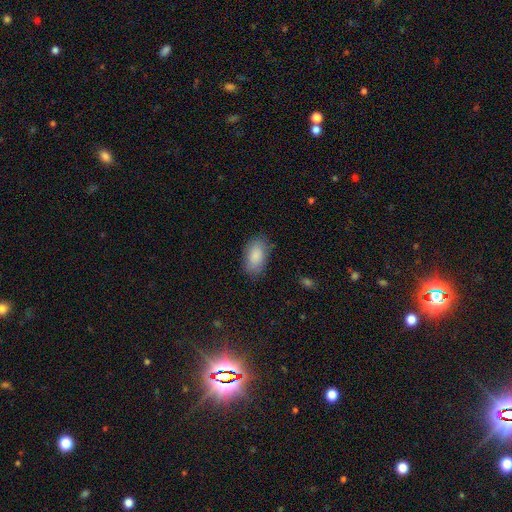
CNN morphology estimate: A smooth galaxy with no disk features (87%) that is in between round and cigar-shaped (93%).

Vote fractions:
- Smooth or featured? smooth: 87% / featured or disk: 7% / star or artifact: 6%
- How rounded? in between: 93% / round: 5% / cigar-shaped: 2%
- Merging? none: 80% / minor disturbance: 15% / major disturbance: 4% / merger: 1%